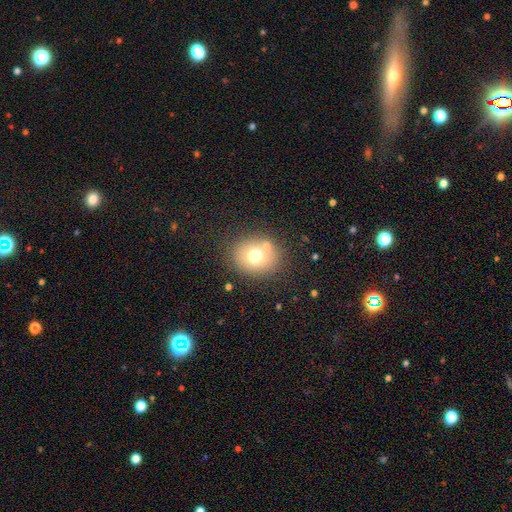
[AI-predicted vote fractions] Smooth or featured? Predicted: smooth (p=0.68). How rounded? Predicted: round (p=0.71). Merging? Predicted: none (p=0.72).